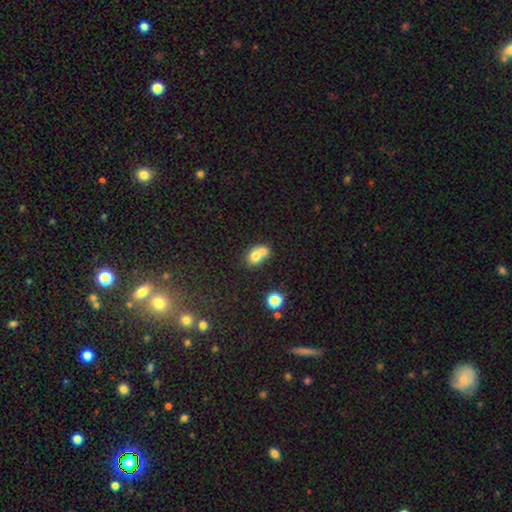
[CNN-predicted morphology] A smooth galaxy with no disk features (70%) that is round (54%). Merging: merger (65%).